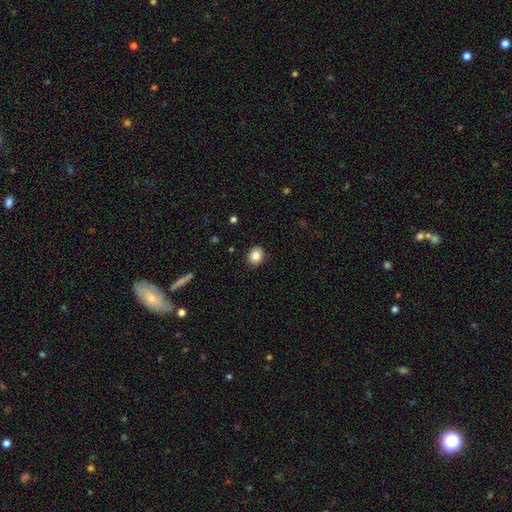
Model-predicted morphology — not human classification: Smooth or featured: smooth — 84% (star or artifact — 9%)
How rounded: round — 53% (in between — 46%)
Merging: none — 89% (minor disturbance — 8%)